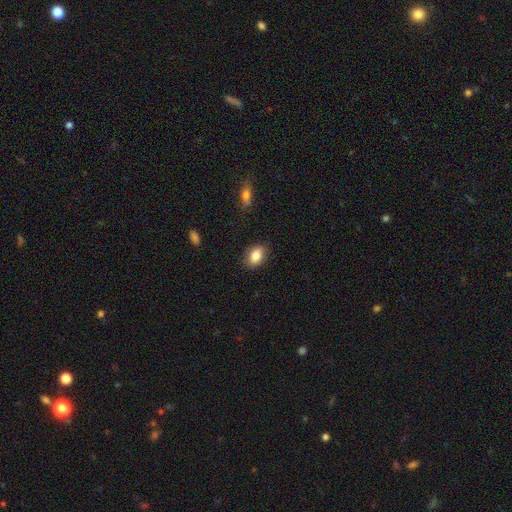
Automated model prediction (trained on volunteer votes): Overall: smooth (85%). How rounded: in between (82%). Merging: none (86%).